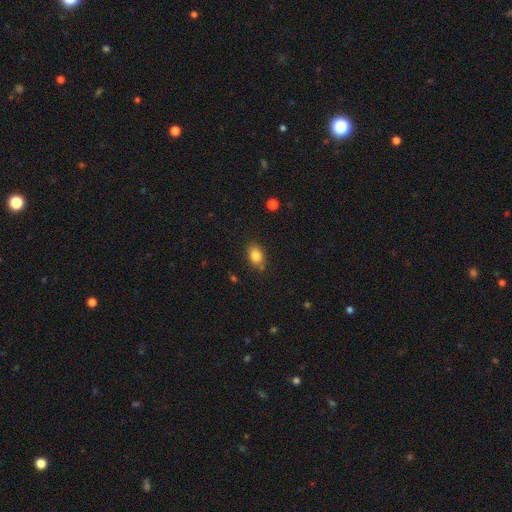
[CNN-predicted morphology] smooth 83%, star or artifact 10%, featured or disk 8%. Down the decision tree: how rounded — in between (74%); merging — none (79%).